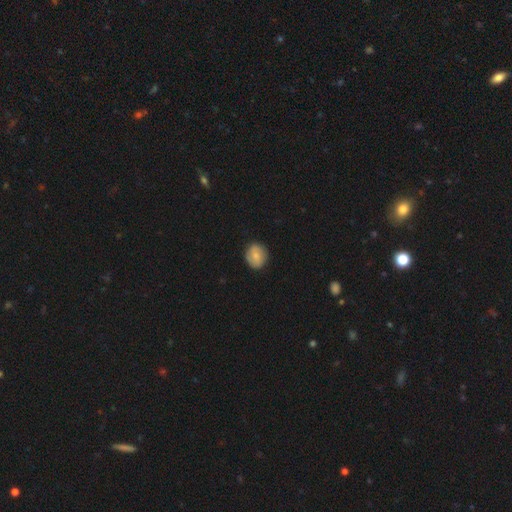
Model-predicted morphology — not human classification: A smooth galaxy with no disk features (66%) that is round (72%).

Vote fractions:
- Smooth or featured? smooth: 66% / featured or disk: 27% / star or artifact: 7%
- How rounded? round: 72% / in between: 27% / cigar-shaped: 1%
- Merging? none: 86% / minor disturbance: 11% / major disturbance: 3% / merger: 1%